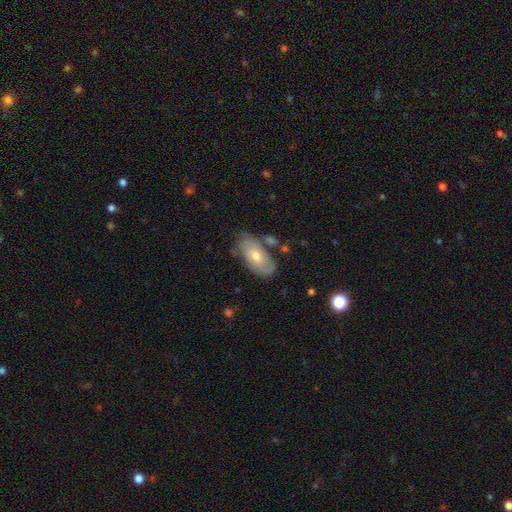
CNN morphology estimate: The model was most divided on "smooth or featured": smooth: 50%, featured or disk: 43%, star or artifact: 7%. More confident: how rounded — in between (91%); merging — none (65%).